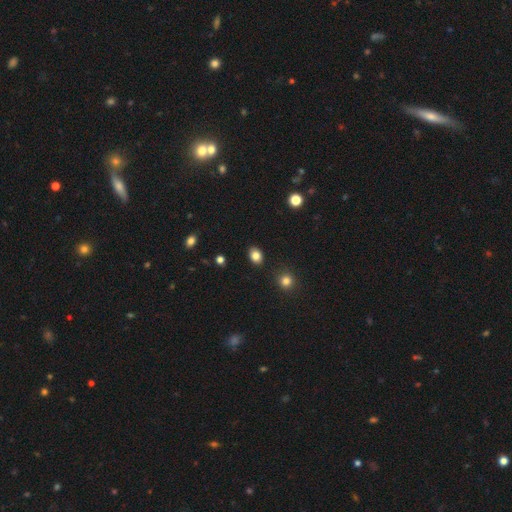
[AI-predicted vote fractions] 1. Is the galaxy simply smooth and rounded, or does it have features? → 84% smooth, 10% star or artifact, 6% featured or disk.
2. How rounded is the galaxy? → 72% in between, 27% round, 1% cigar-shaped.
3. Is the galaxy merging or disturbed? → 88% none, 8% minor disturbance, 2% major disturbance, 2% merger.